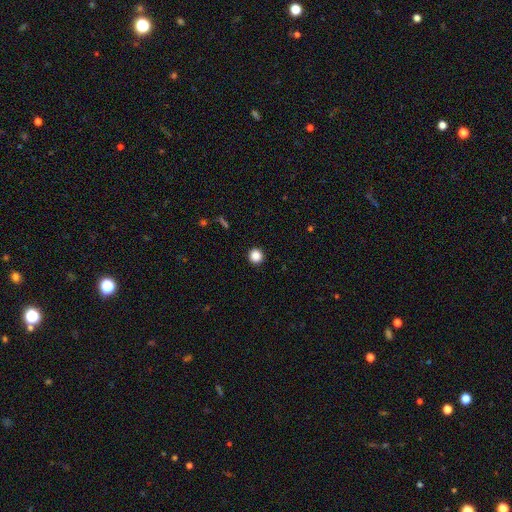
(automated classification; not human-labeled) A smooth galaxy with no disk features (87%) that is round (95%).

Vote fractions:
- Smooth or featured? smooth: 87% / star or artifact: 11% / featured or disk: 3%
- How rounded? round: 95% / in between: 4% / cigar-shaped: 1%
- Merging? none: 93% / minor disturbance: 4% / major disturbance: 2% / merger: 1%